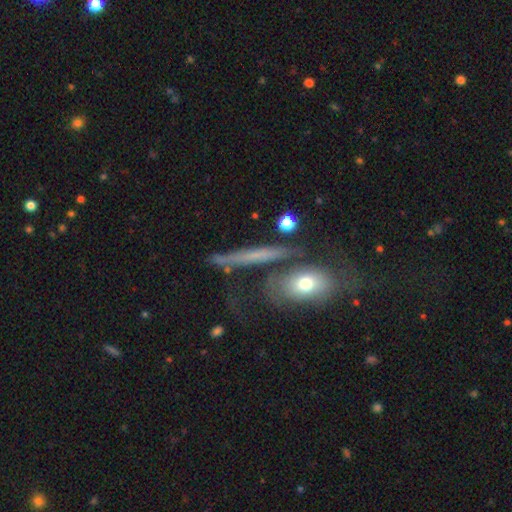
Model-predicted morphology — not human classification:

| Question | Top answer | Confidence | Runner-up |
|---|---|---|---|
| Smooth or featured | featured or disk | 48% | smooth (41%) |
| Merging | none | 64% | minor disturbance (17%) |